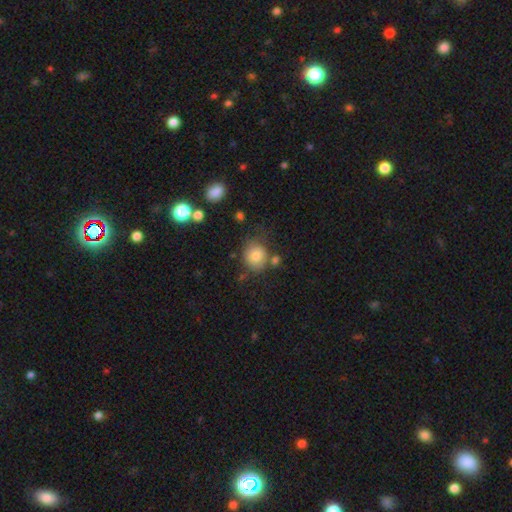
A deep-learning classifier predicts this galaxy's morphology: smooth-or-featured: smooth: 79% | featured or disk: 11% | star or artifact: 10%
  how-rounded: round: 78% | in between: 21% | cigar-shaped: 1%
  merging: none: 63% | minor disturbance: 20% | merger: 9% | major disturbance: 8%